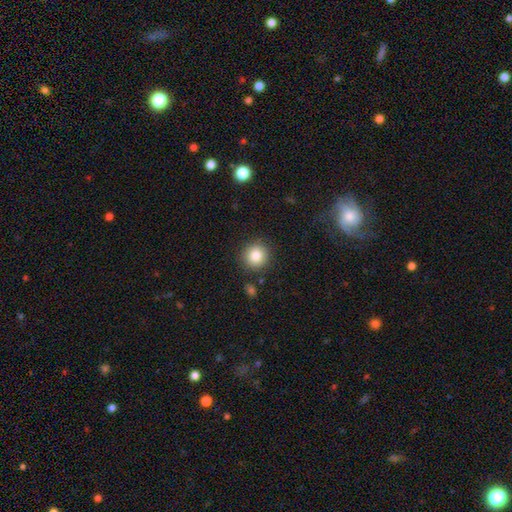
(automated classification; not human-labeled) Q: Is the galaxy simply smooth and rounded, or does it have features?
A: smooth — 85%.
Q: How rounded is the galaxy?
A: round — 93%.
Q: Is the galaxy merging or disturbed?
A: none — 88%.